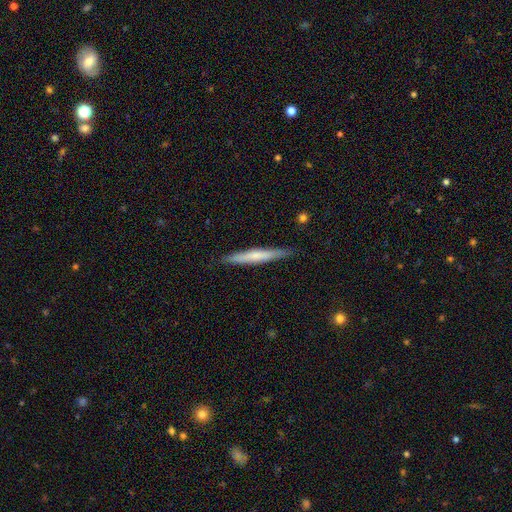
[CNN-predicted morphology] smooth 56%, featured or disk 38%, star or artifact 6%. Down the decision tree: how rounded — cigar-shaped (95%); merging — none (89%).